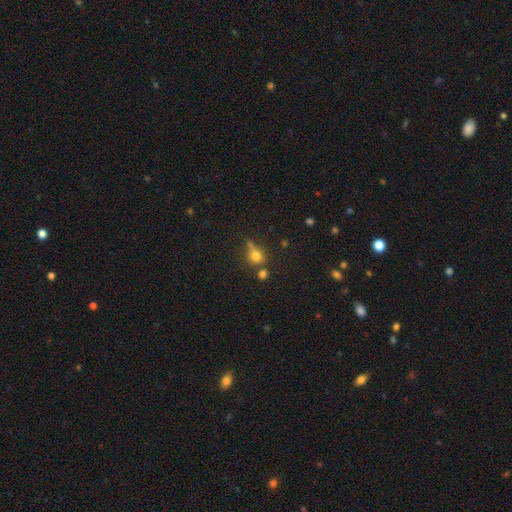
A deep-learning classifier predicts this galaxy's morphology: Smooth or featured: smooth — 72% (star or artifact — 15%)
How rounded: round — 69% (in between — 27%)
Merging: none — 48% (minor disturbance — 21%)